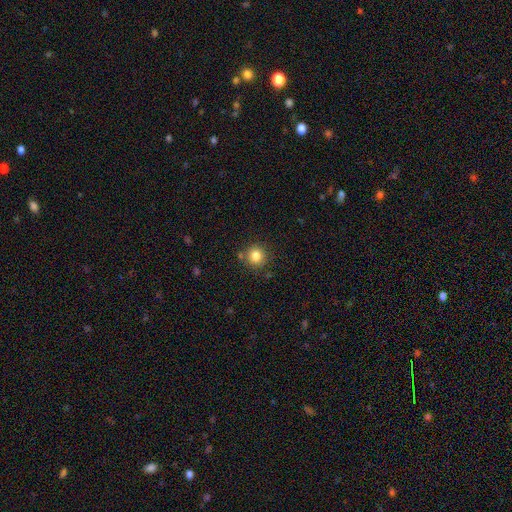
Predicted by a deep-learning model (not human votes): smooth-or-featured: smooth: 83% | star or artifact: 11% | featured or disk: 6%
  how-rounded: round: 92% | in between: 7% | cigar-shaped: 1%
  merging: none: 82% | minor disturbance: 10% | merger: 5% | major disturbance: 3%